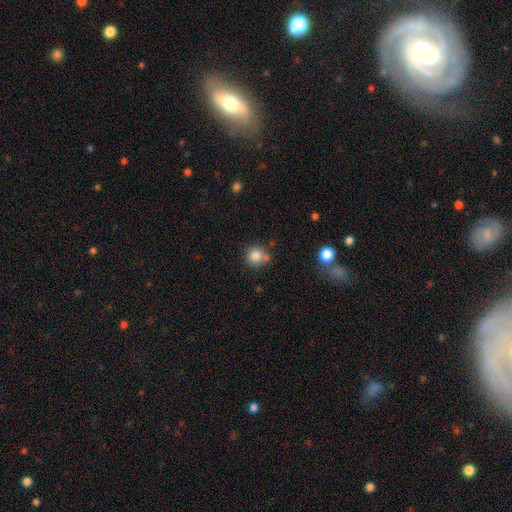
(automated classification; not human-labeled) Overall: smooth (84%). How rounded: round (91%). Merging: none (67%).